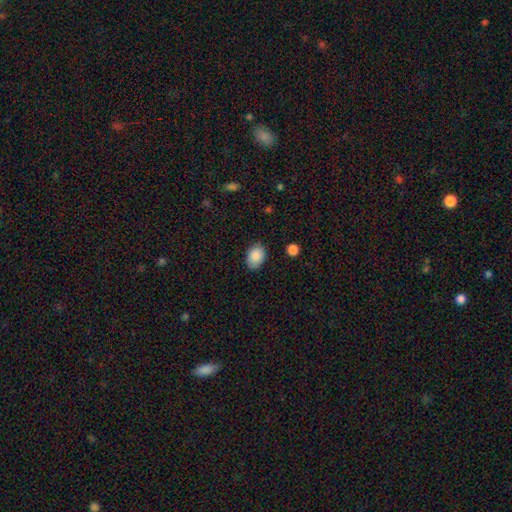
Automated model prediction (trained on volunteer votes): The model was most divided on "how rounded": in between: 78%, round: 21%, cigar-shaped: 1%. More confident: smooth or featured — smooth (88%); merging — none (83%).